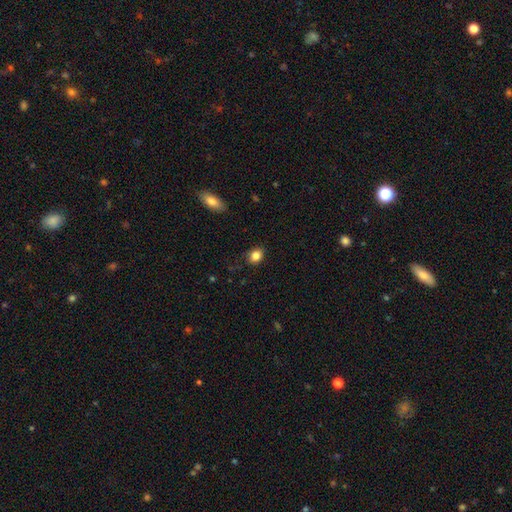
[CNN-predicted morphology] A smooth galaxy with no disk features (85%) that is in between round and cigar-shaped (54%). Merging: none (81%).